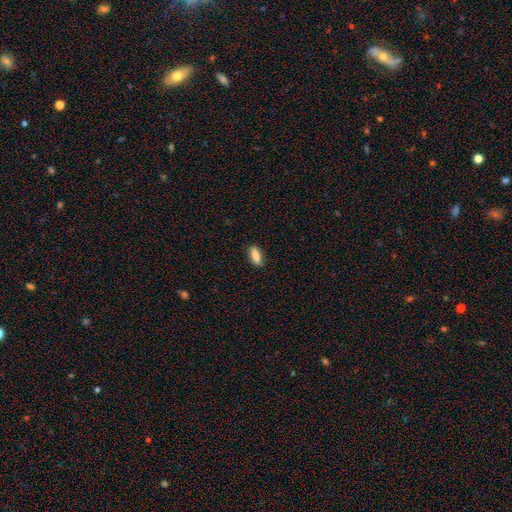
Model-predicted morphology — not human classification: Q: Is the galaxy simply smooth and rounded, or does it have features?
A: smooth — 82%.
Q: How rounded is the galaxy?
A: in between — 71%.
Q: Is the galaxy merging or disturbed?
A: none — 86%.